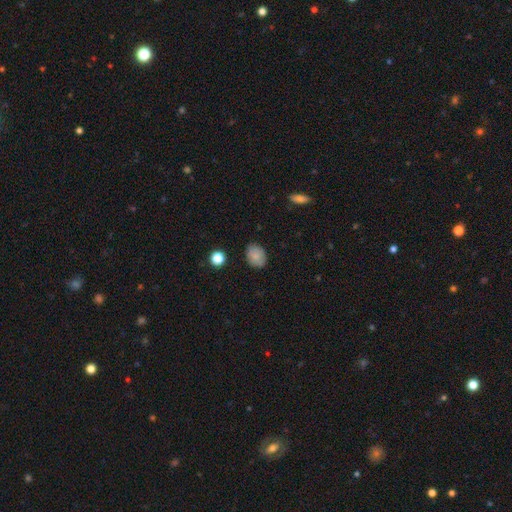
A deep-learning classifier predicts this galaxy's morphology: Smooth or featured: smooth — 84% (star or artifact — 9%)
How rounded: in between — 65% (round — 34%)
Merging: none — 84% (minor disturbance — 12%)